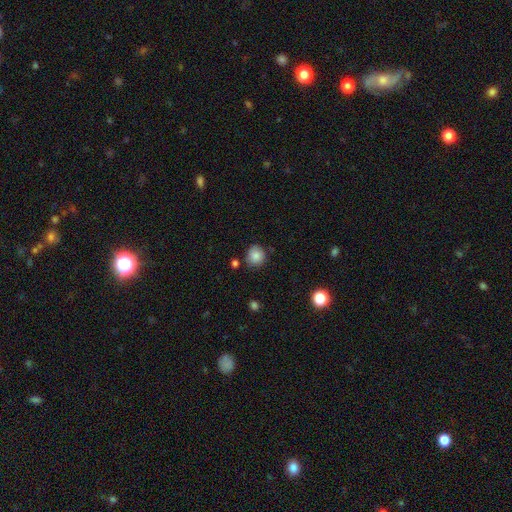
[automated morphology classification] The model was most divided on "merging": none: 79%, minor disturbance: 14%, merger: 4%, major disturbance: 3%. More confident: how rounded — round (86%); smooth or featured — smooth (84%).